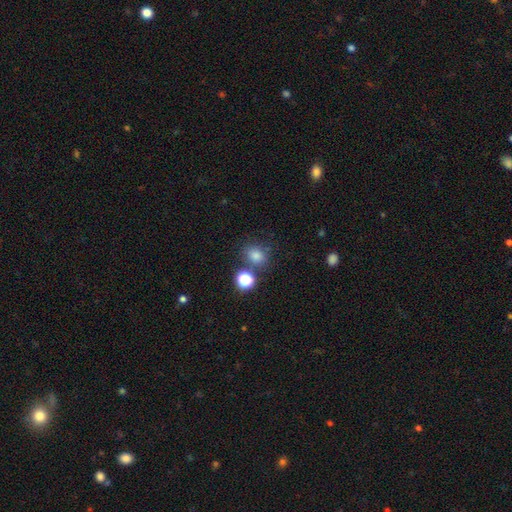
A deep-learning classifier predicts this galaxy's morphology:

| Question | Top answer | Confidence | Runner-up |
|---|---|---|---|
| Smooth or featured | smooth | 77% | star or artifact (17%) |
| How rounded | round | 63% | in between (36%) |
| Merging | none | 70% | merger (13%) |